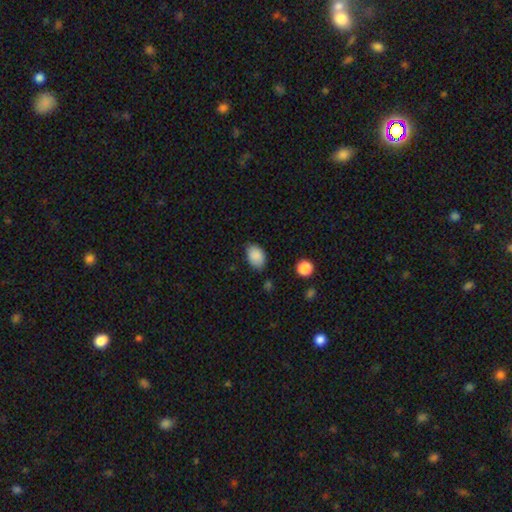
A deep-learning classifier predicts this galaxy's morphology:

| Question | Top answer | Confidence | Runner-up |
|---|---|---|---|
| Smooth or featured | smooth | 88% | star or artifact (8%) |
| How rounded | in between | 83% | round (16%) |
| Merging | none | 74% | minor disturbance (20%) |